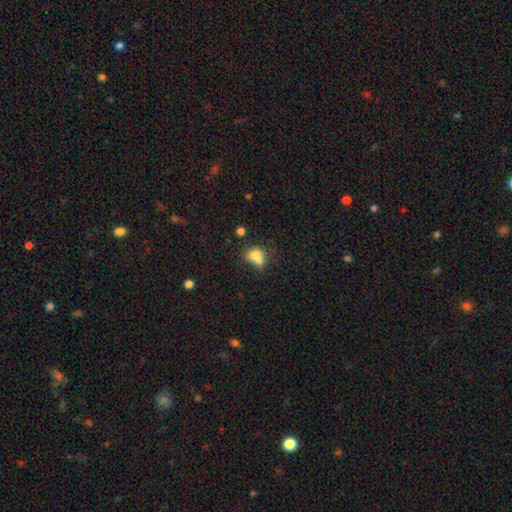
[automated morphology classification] type=smooth (74%); roundness=in between (50%); merging=merger (49%).